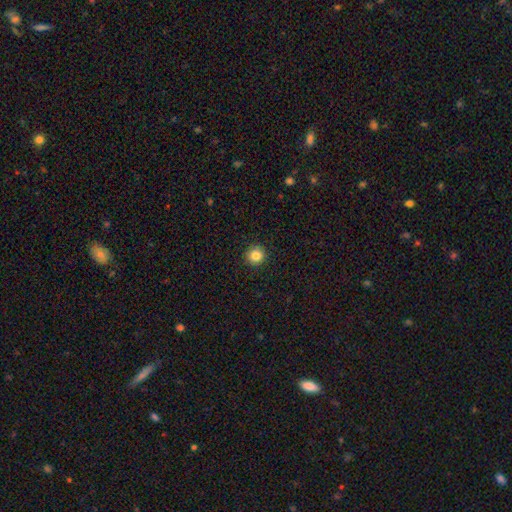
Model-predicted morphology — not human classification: Smooth or featured? Predicted: smooth (p=0.84). How rounded? Predicted: round (p=0.94). Merging? Predicted: none (p=0.92).